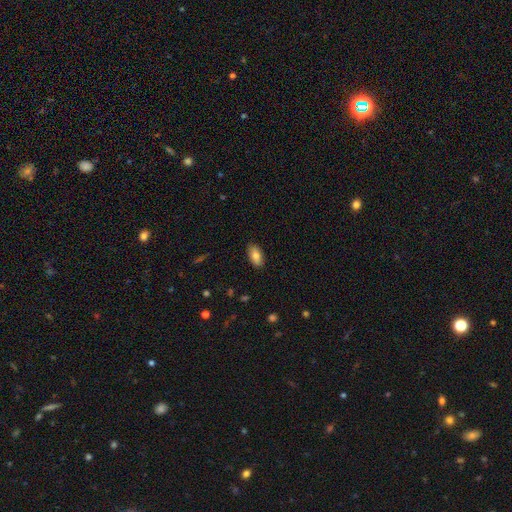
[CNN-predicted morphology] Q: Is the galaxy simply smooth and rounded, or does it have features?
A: smooth — 81%.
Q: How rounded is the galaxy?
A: in between — 92%.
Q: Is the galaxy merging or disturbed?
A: none — 87%.